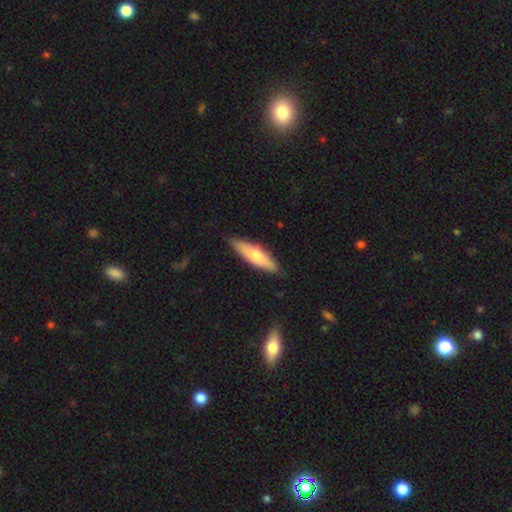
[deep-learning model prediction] smooth-or-featured: smooth: 66% | featured or disk: 28% | star or artifact: 5%
  how-rounded: cigar-shaped: 66% | in between: 32% | round: 2%
  merging: none: 84% | minor disturbance: 12% | major disturbance: 2% | merger: 1%